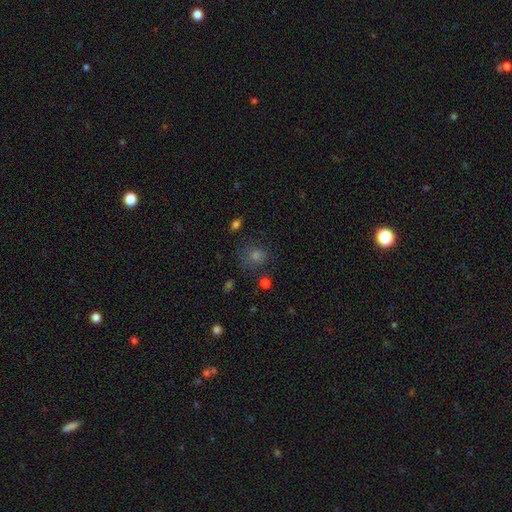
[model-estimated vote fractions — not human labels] A smooth galaxy with no disk features (57%) that is round (83%). Merging: none (75%).